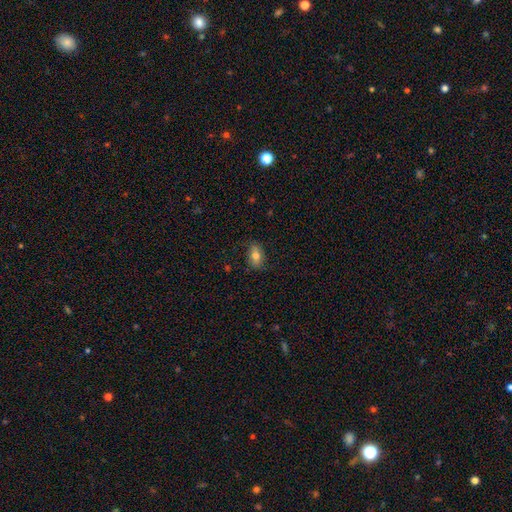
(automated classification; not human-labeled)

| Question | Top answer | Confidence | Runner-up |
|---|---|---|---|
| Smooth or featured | smooth | 77% | featured or disk (15%) |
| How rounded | in between | 87% | round (10%) |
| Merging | none | 82% | minor disturbance (14%) |